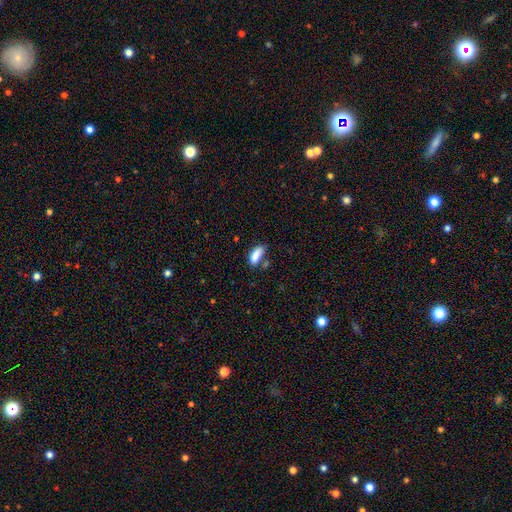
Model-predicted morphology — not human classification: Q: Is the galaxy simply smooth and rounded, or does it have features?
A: smooth — 85%.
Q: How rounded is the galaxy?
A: in between — 79%.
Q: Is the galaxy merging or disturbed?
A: none — 53%.